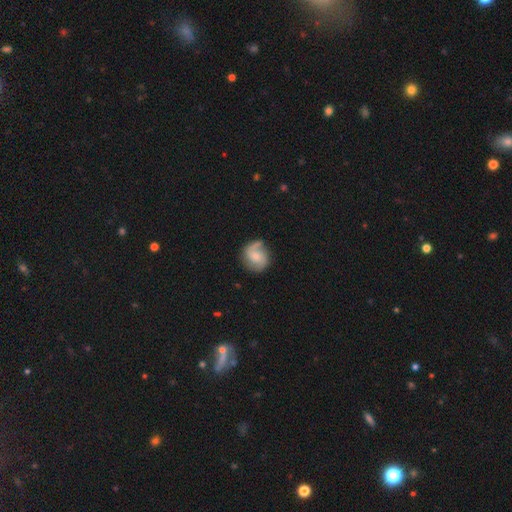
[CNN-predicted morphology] This appears to be a featured or disk galaxy (70%) with no bar (57%), 2 (78%) medium (45%) spiral arms (93%) and a small central bulge (50%). Merging: none (71%).